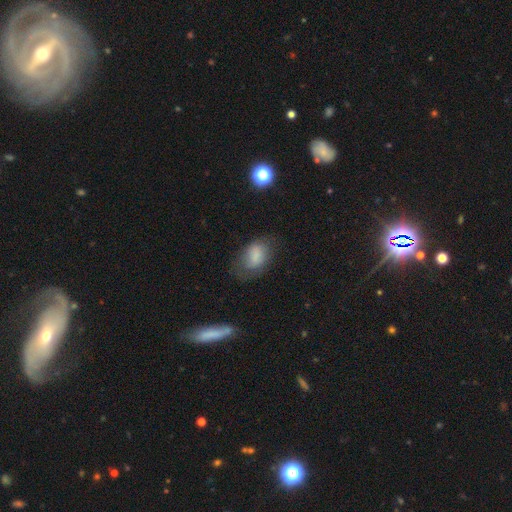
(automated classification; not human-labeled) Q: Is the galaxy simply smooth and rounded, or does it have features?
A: smooth — 74%.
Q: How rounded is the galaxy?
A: in between — 84%.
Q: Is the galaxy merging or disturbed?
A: none — 54%.